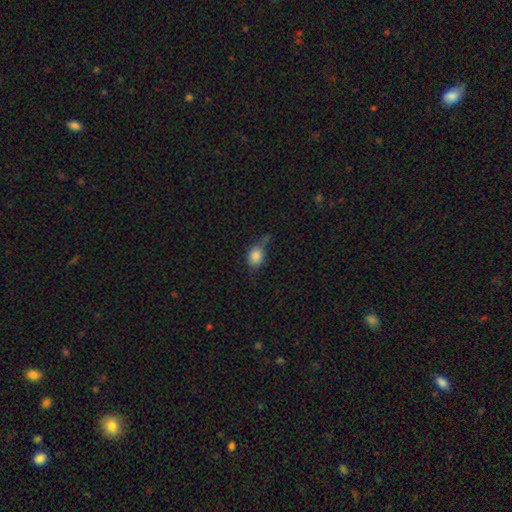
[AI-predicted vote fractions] Smooth or featured? smooth (83%)
How rounded? in between (51%)
Merging? none (38%)